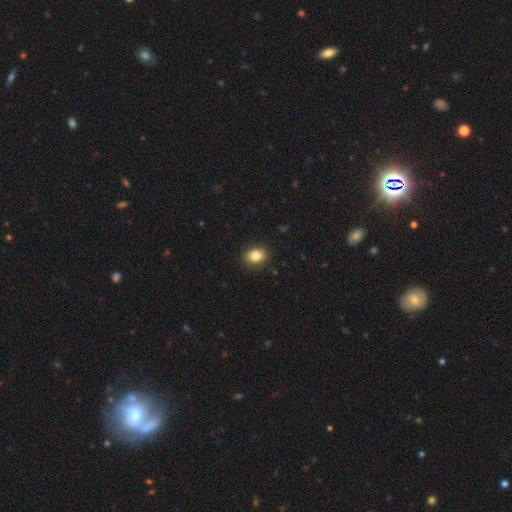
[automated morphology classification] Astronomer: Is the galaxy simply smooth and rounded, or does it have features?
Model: smooth — 84%.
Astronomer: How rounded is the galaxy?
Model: in between — 56% (runner-up: round, 43%).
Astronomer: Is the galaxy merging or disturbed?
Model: none — 90%.